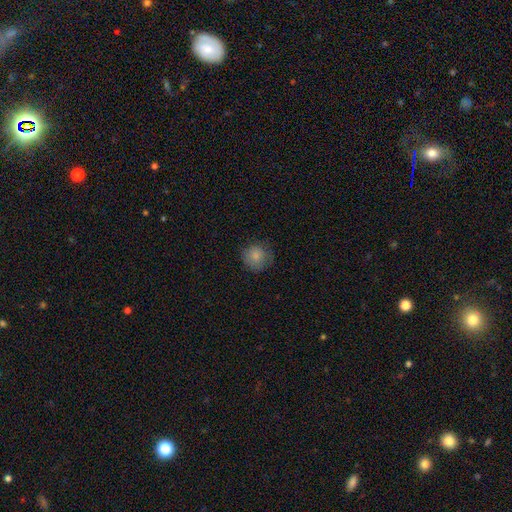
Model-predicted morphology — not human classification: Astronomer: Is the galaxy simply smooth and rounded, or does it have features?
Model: smooth — 84%.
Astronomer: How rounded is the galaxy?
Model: round — 92%.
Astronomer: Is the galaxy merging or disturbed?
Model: none — 77%.